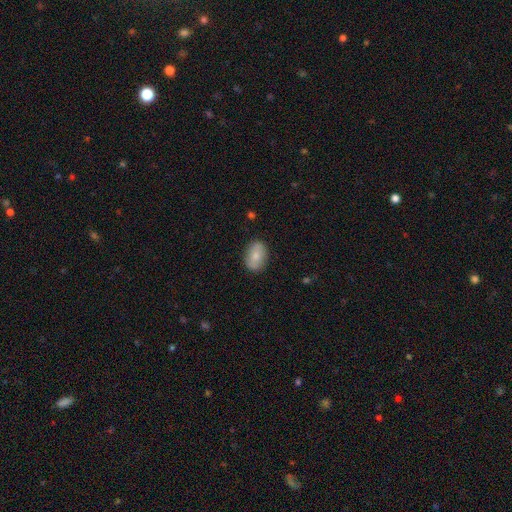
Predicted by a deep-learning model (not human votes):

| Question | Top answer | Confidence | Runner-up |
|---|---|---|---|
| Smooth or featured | smooth | 74% | featured or disk (20%) |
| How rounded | in between | 83% | round (16%) |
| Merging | none | 85% | minor disturbance (12%) |